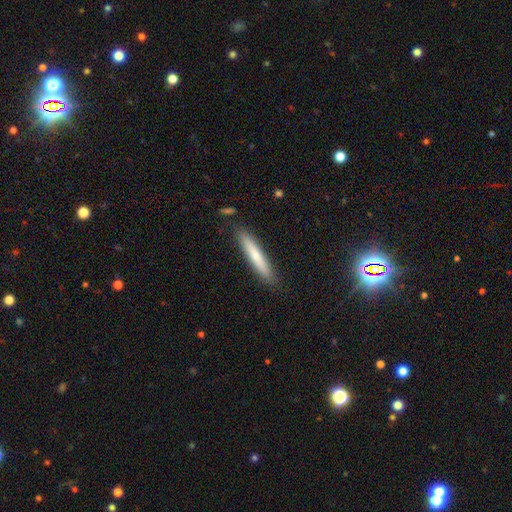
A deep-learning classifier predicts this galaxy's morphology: A smooth galaxy with no disk features (67%) that is cigar-shaped (93%).

Vote fractions:
- Smooth or featured? smooth: 67% / featured or disk: 28% / star or artifact: 6%
- How rounded? cigar-shaped: 93% / in between: 6% / round: 1%
- Merging? none: 88% / minor disturbance: 8% / merger: 2% / major disturbance: 2%